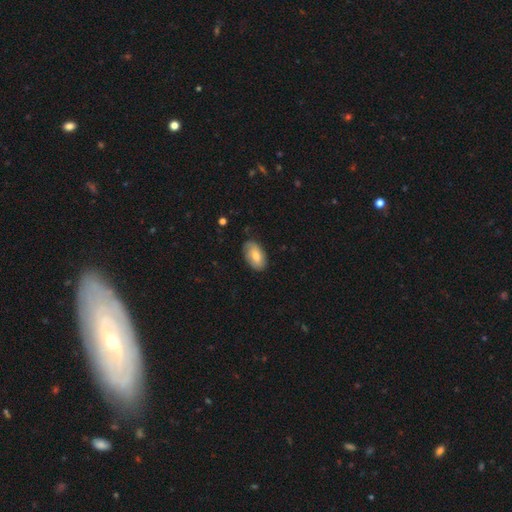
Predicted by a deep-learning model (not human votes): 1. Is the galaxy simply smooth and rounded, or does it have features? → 67% smooth, 26% featured or disk, 7% star or artifact.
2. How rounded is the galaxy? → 94% in between, 4% round, 2% cigar-shaped.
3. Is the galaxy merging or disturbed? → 78% none, 18% minor disturbance, 3% major disturbance, 1% merger.